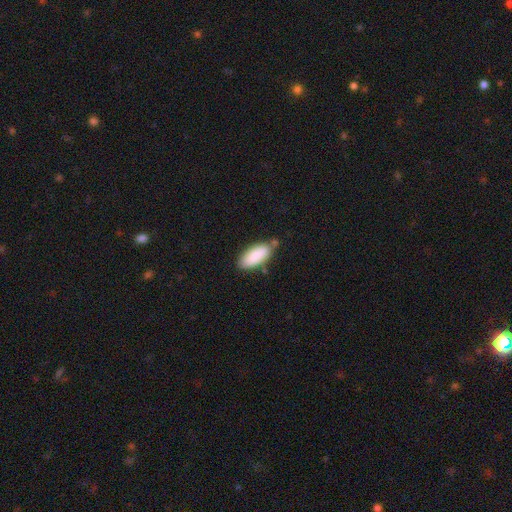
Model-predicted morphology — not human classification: The model was most divided on "merging": none: 69%, minor disturbance: 19%, merger: 8%, major disturbance: 4%. More confident: smooth or featured — smooth (88%); how rounded — in between (84%).